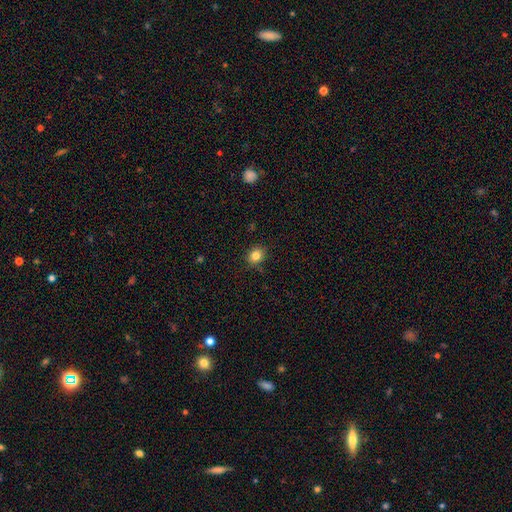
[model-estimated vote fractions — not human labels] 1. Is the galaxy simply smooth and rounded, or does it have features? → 83% smooth, 11% star or artifact, 6% featured or disk.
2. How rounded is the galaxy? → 71% round, 29% in between, 1% cigar-shaped.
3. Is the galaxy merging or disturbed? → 87% none, 9% minor disturbance, 2% major disturbance, 1% merger.